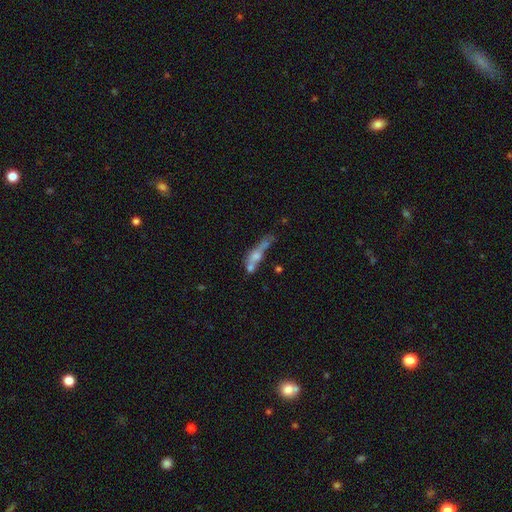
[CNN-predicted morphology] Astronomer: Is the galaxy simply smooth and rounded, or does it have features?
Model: featured or disk — 46% (runner-up: smooth, 40%).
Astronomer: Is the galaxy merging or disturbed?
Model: merger — 36% (runner-up: none, 29%).